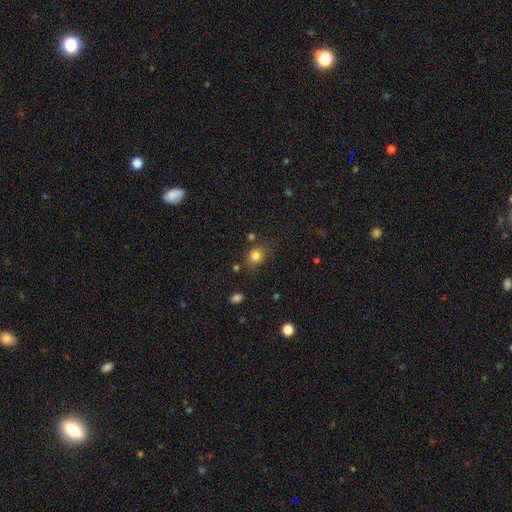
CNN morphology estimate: A smooth galaxy with no disk features (81%) that is round (64%).

Vote fractions:
- Smooth or featured? smooth: 81% / star or artifact: 13% / featured or disk: 7%
- How rounded? round: 64% / in between: 35% / cigar-shaped: 1%
- Merging? none: 74% / minor disturbance: 15% / merger: 5% / major disturbance: 5%